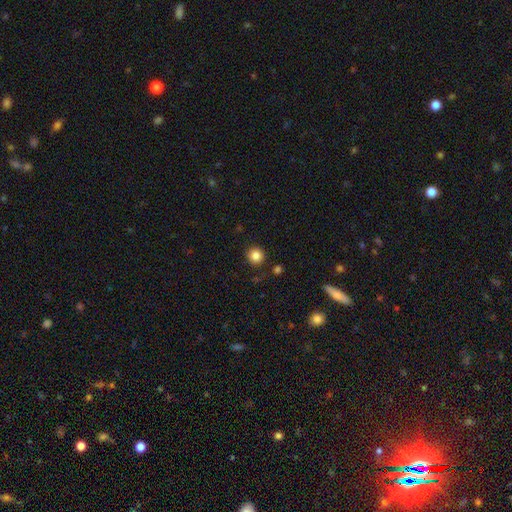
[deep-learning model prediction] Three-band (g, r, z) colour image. It shows a smooth galaxy with no disk features (85%) that is round (94%). Merging: none (89%).